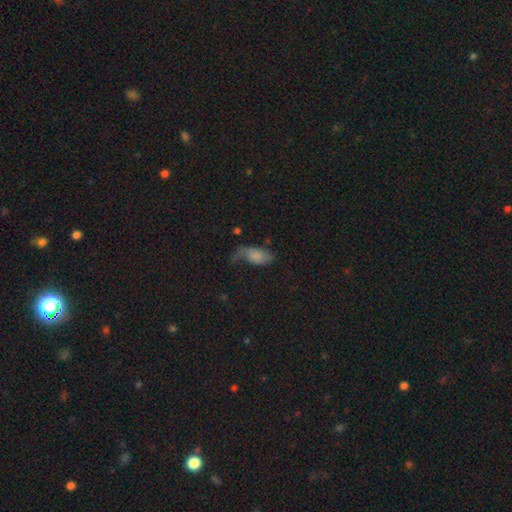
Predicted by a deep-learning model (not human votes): Smooth or featured? Predicted: smooth (p=0.66). How rounded? Predicted: in between (p=0.91). Merging? Predicted: none (p=0.35).